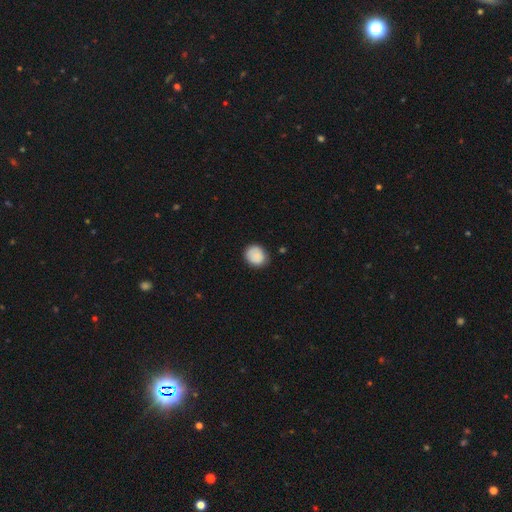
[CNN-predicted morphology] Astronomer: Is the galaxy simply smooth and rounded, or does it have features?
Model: smooth — 87%.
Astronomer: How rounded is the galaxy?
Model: round — 67%.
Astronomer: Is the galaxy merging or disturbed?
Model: none — 81%.